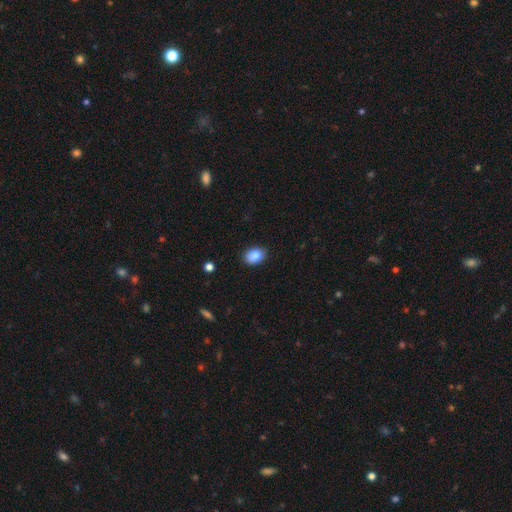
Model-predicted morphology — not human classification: Smooth or featured: smooth — 86% (star or artifact — 8%)
How rounded: in between — 78% (round — 21%)
Merging: none — 87% (minor disturbance — 10%)